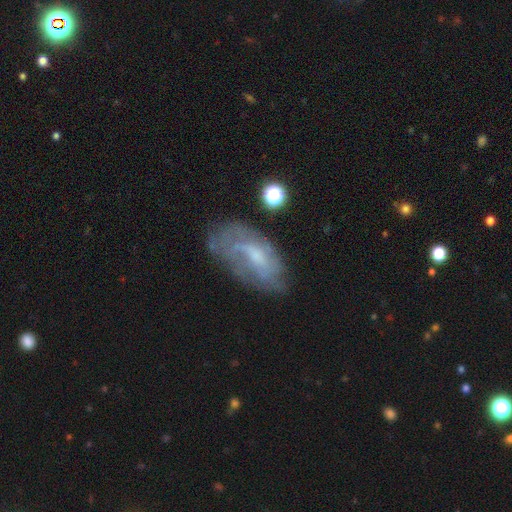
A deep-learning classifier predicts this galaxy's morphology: The model was most divided on "bar": no: 50%, weak: 42%, strong: 8%. Remaining: edge-on disk — no (93%); spiral arms — yes (66%); smooth or featured — featured or disk (60%); merging — none (53%); bulge size — small (41%).